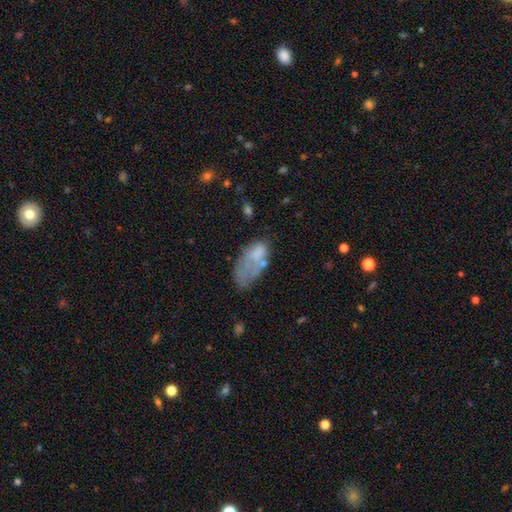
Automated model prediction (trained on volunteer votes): smooth-or-featured: smooth: 57% | featured or disk: 32% | star or artifact: 10%
  how-rounded: in between: 90% | cigar-shaped: 6% | round: 4%
  merging: none: 32% | major disturbance: 29% | minor disturbance: 28% | merger: 12%